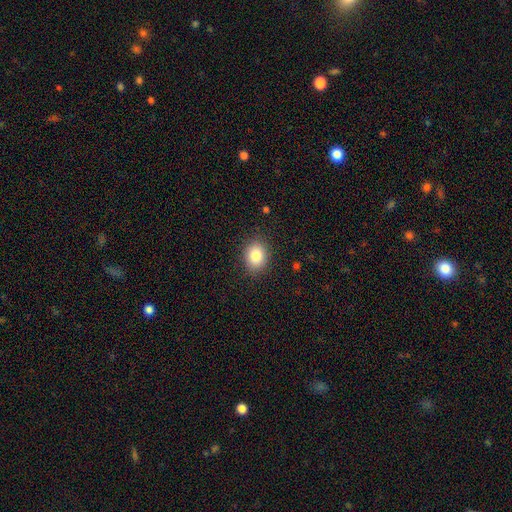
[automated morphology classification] A smooth galaxy with no disk features (83%) that is round (51%).

Vote fractions:
- Smooth or featured? smooth: 83% / star or artifact: 10% / featured or disk: 7%
- How rounded? round: 51% / in between: 49% / cigar-shaped: 1%
- Merging? none: 87% / minor disturbance: 9% / major disturbance: 3% / merger: 1%